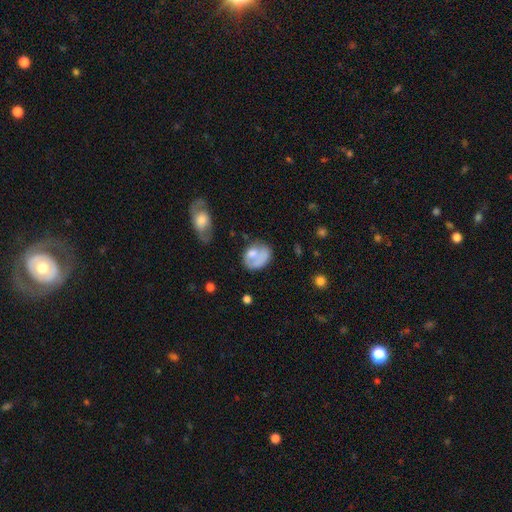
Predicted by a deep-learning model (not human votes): Overall: smooth (63%; featured or disk 28%). How rounded: in between (66%; round 32%). Merging: none (37%; minor disturbance 25%).